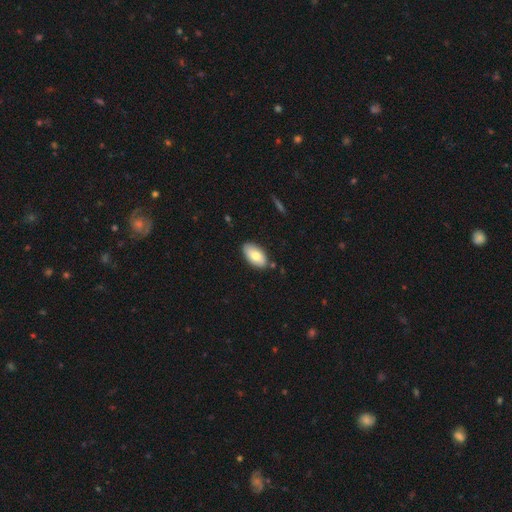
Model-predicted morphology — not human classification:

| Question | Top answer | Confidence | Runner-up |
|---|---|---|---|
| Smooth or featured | smooth | 74% | featured or disk (20%) |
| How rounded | in between | 94% | round (3%) |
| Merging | none | 83% | minor disturbance (12%) |